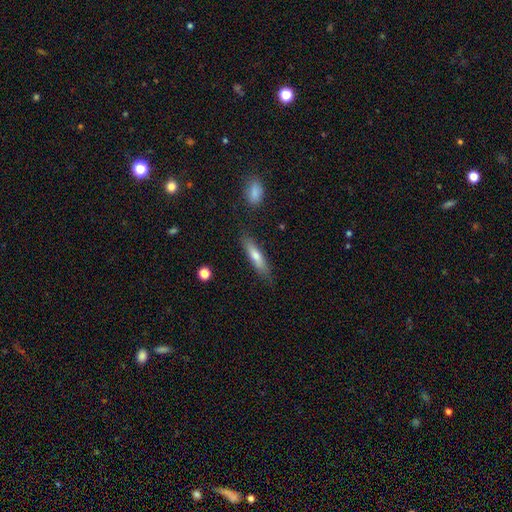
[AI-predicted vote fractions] Overall: smooth (67%; featured or disk 27%). How rounded: cigar-shaped (76%). Merging: none (80%).